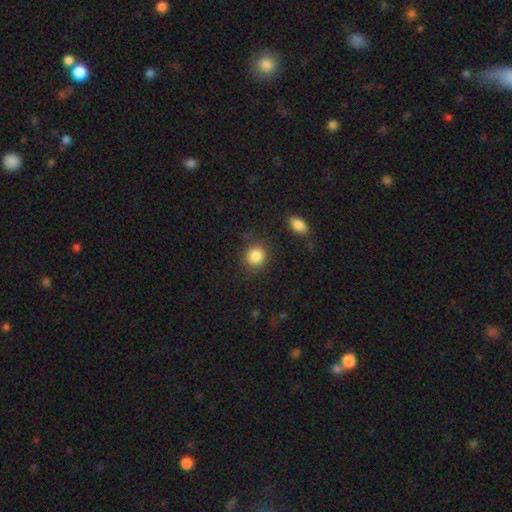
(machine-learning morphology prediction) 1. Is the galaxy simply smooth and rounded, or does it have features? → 87% smooth, 9% star or artifact, 5% featured or disk.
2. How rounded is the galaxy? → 85% round, 14% in between, 1% cigar-shaped.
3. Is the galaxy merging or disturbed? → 82% none, 10% minor disturbance, 4% major disturbance, 3% merger.